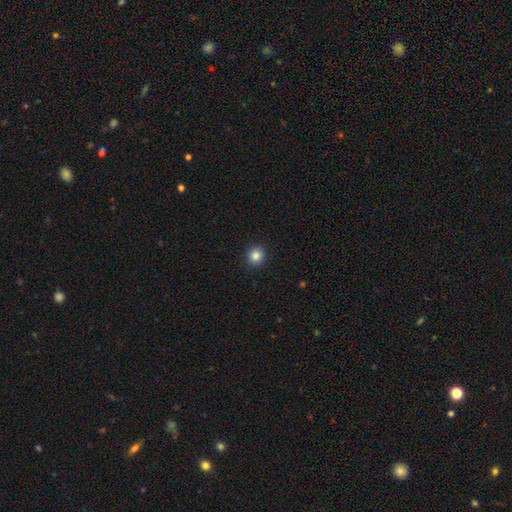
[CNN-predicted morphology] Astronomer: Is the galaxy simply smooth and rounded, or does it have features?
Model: smooth — 85%.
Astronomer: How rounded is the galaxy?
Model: round — 91%.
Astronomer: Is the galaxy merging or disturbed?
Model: none — 92%.